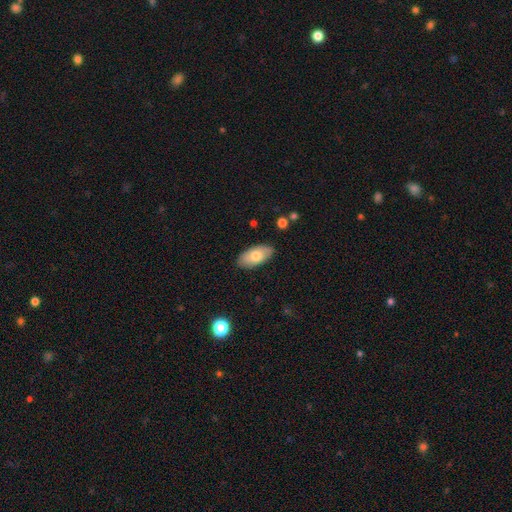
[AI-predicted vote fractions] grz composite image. It shows a smooth galaxy with no disk features (73%) that is in between round and cigar-shaped (94%). Merging: none (85%).